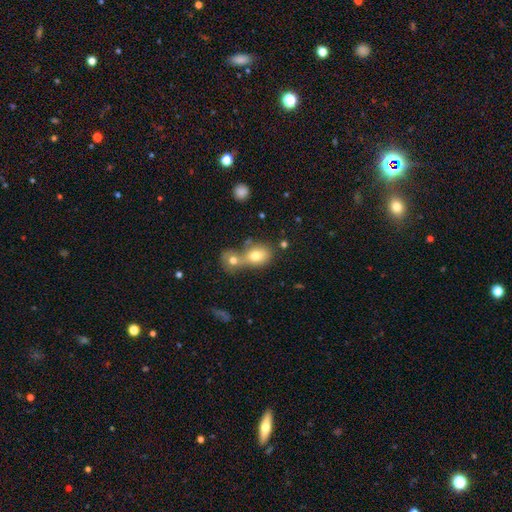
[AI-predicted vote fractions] Q: Smooth or featured?
A: smooth (74%); runner-up: featured or disk (16%)
Q: How rounded?
A: in between (58%); runner-up: round (40%)
Q: Merging?
A: merger (61%); runner-up: none (27%)